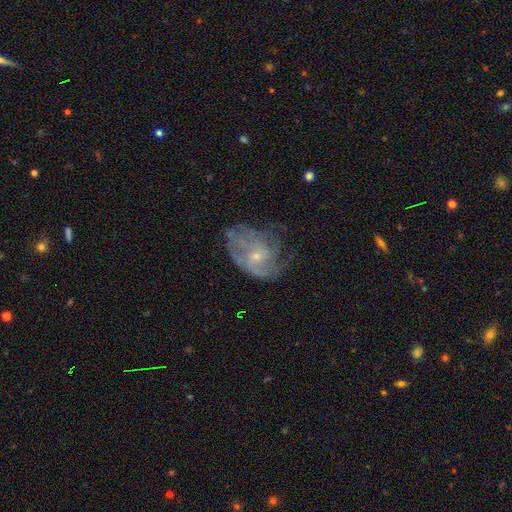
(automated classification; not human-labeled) smooth-or-featured: featured or disk: 73% | smooth: 19% | star or artifact: 8%
  disk-edge-on: no: 97% | yes: 3%
    bar: no: 70% | weak: 27% | strong: 4%
    has-spiral-arms: yes: 80% | no: 20%
      spiral-winding: medium: 41% | tight: 36% | loose: 23%
      spiral-arm-count: can't tell: 44% | 2: 21% | 3: 16% | 1: 8% | 4: 7% | more than 4: 5%
    bulge-size: small: 75% | moderate: 19% | none: 4% | large: 1% | dominant: 1%
  merging: none: 45% | major disturbance: 27% | minor disturbance: 26% | merger: 2%